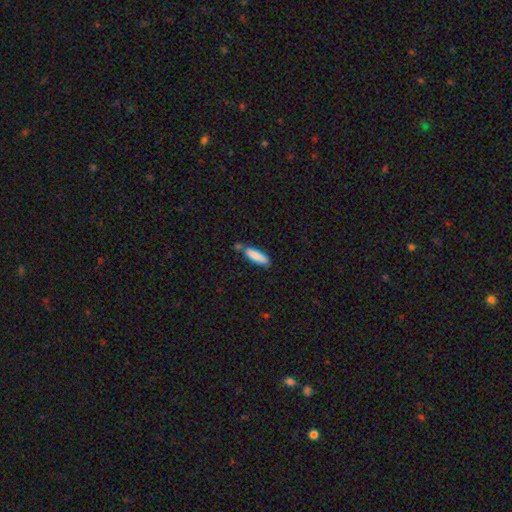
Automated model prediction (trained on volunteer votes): smooth-or-featured: smooth: 87% | featured or disk: 7% | star or artifact: 6%
  how-rounded: cigar-shaped: 60% | in between: 39% | round: 1%
  merging: none: 68% | minor disturbance: 17% | merger: 12% | major disturbance: 3%